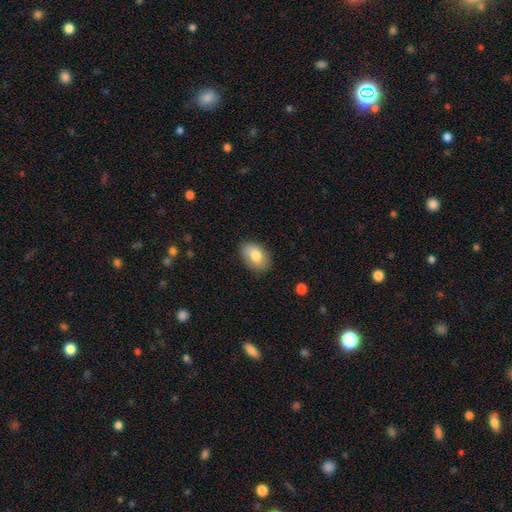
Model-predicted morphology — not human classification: This is likely a smooth galaxy (80%). How rounded: clearly in between (88%). Merging: clearly none (82%).